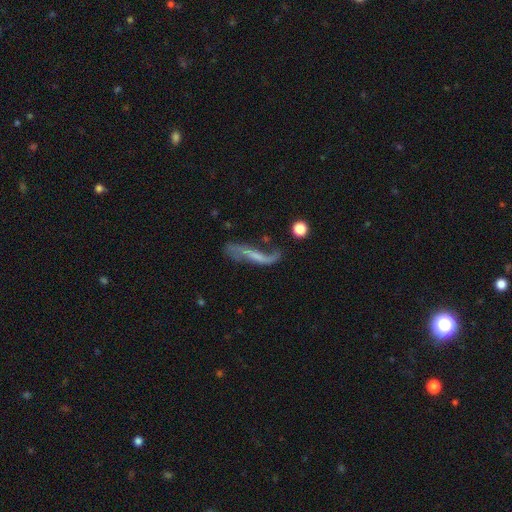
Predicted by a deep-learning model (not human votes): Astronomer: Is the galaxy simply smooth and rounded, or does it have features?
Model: featured or disk — 69%.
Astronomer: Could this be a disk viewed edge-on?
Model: no — 72%.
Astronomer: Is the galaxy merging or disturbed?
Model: none — 41% (runner-up: major disturbance, 26%).